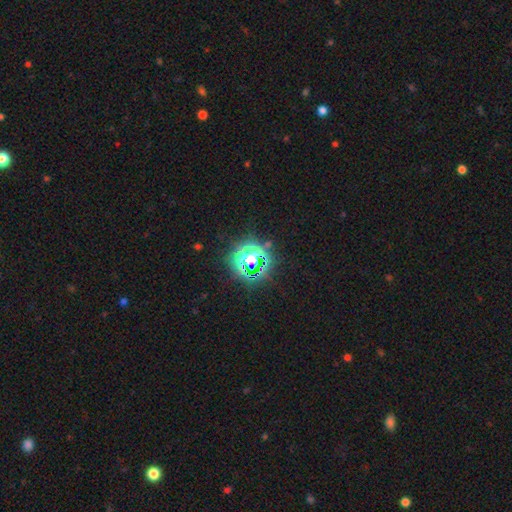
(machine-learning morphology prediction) type=star or artifact (80%).